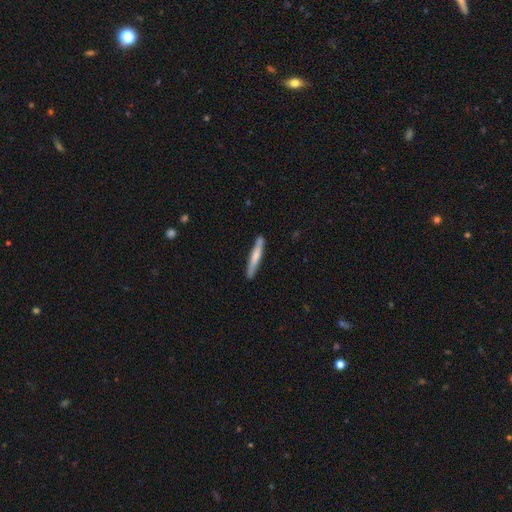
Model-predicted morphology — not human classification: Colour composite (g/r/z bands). It shows a smooth galaxy with no disk features (63%) that is cigar-shaped (95%). Merging: none (83%).